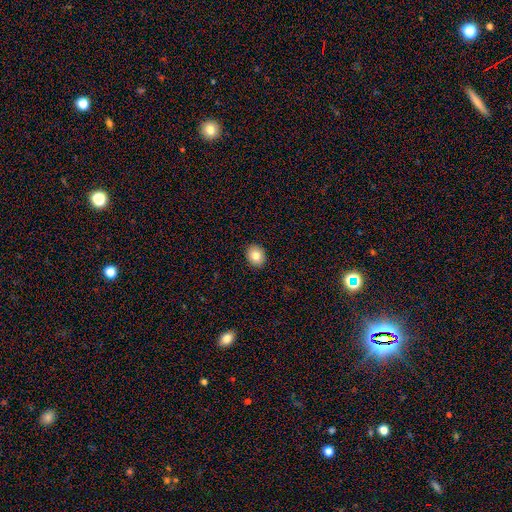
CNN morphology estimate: A smooth galaxy with no disk features (82%) that is round (57%).

Vote fractions:
- Smooth or featured? smooth: 82% / featured or disk: 9% / star or artifact: 9%
- How rounded? round: 57% / in between: 43% / cigar-shaped: 1%
- Merging? none: 91% / minor disturbance: 6% / major disturbance: 2% / merger: 1%